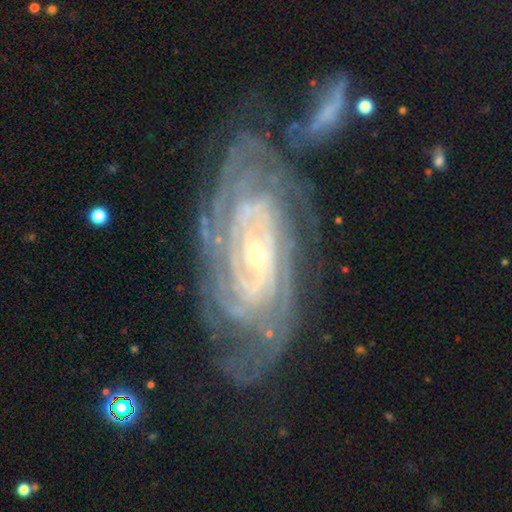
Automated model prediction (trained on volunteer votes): This appears to be a featured or disk galaxy (91%) with no bar (46%), tight (82%) spiral arms (98%) and a small central bulge (65%). Merging: none (59%).